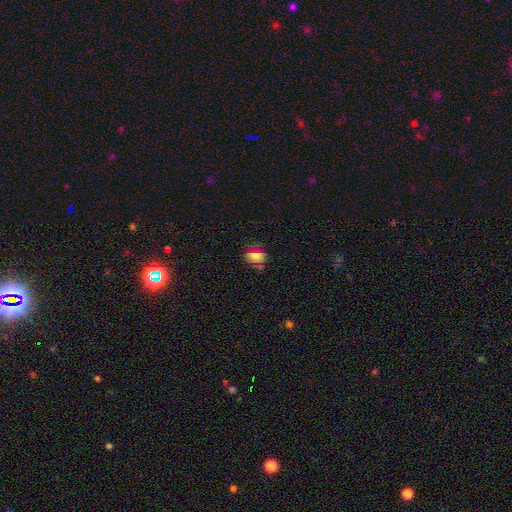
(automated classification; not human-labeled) Q: Smooth or featured?
A: smooth (71%); runner-up: star or artifact (15%)
Q: How rounded?
A: in between (67%); runner-up: round (29%)
Q: Merging?
A: none (64%); runner-up: minor disturbance (22%)